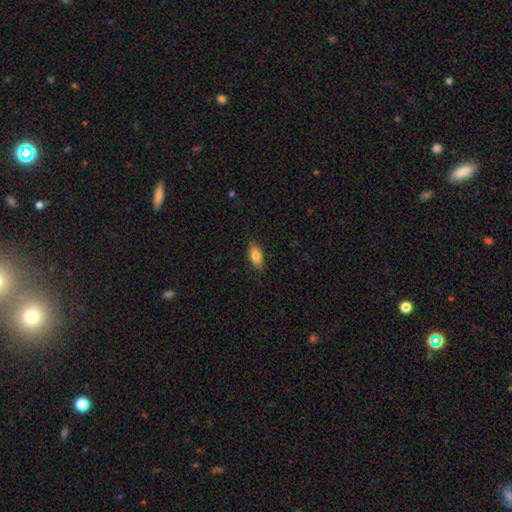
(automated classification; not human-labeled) Morphology: type=smooth (79%); roundness=in between (80%); merging=none (86%).